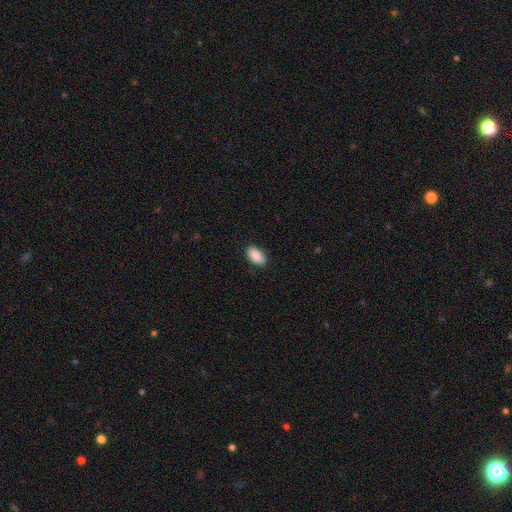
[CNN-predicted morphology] smooth_or_featured: smooth (p=0.90) [alt: star or artifact p=0.06]
how_rounded: in between (p=0.94) [alt: round p=0.04]
merging: none (p=0.87) [alt: minor disturbance p=0.10]